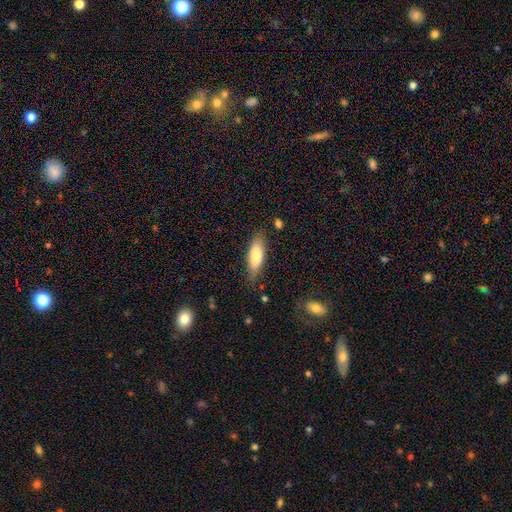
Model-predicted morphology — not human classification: smooth_or_featured: smooth (p=0.75) [alt: featured or disk p=0.19]
how_rounded: in between (p=0.68) [alt: cigar-shaped p=0.30]
merging: none (p=0.79) [alt: minor disturbance p=0.16]